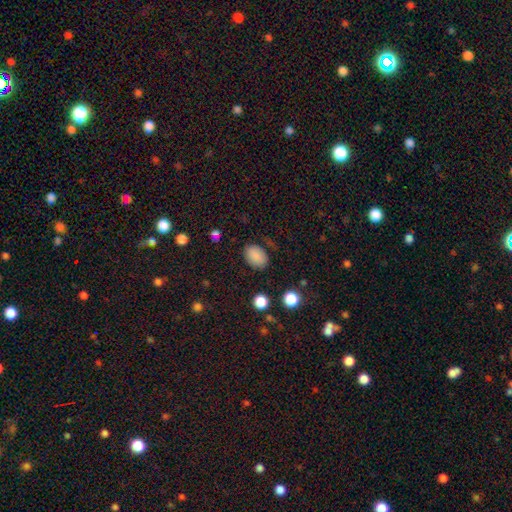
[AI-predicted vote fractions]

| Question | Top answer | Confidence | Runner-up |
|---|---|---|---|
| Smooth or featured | smooth | 86% | star or artifact (9%) |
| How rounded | in between | 78% | round (21%) |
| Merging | none | 81% | minor disturbance (13%) |